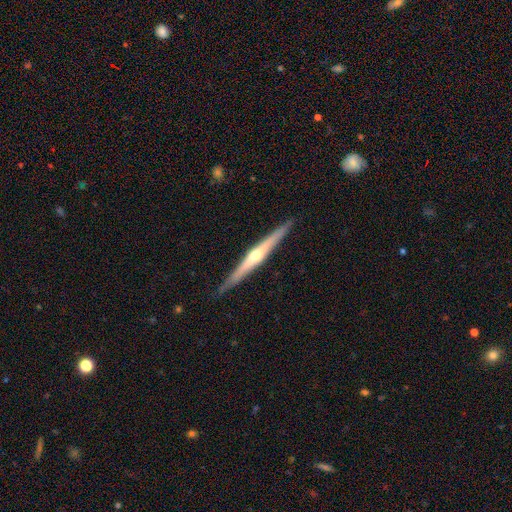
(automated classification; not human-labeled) smooth_or_featured: featured or disk (p=0.76) [alt: smooth p=0.19]
disk_edge_on: yes (p=0.98) [alt: no p=0.02]
edge_on_bulge: rounded (p=0.85) [alt: none p=0.11]
merging: none (p=0.89) [alt: minor disturbance p=0.08]